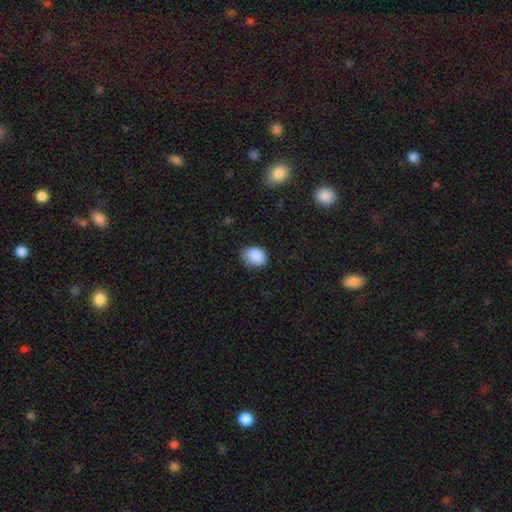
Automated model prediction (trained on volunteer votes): Smooth or featured? Predicted: smooth (p=0.88). How rounded? Predicted: in between (p=0.68). Merging? Predicted: none (p=0.70).